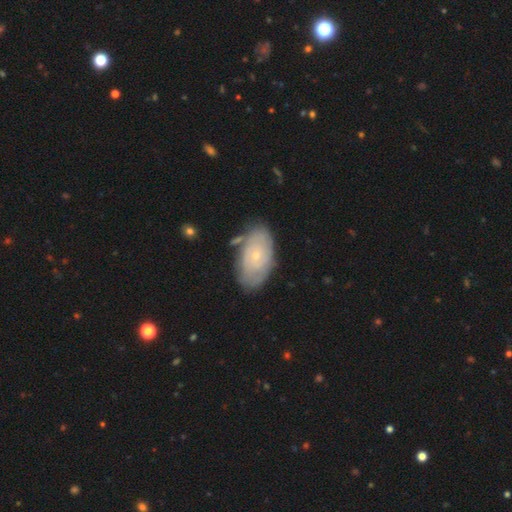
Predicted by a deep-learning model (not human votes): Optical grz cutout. It shows a featured or disk galaxy (60%) with no bar (85%), spiral arms (71%) and a small central bulge (79%). Merging: none (71%).